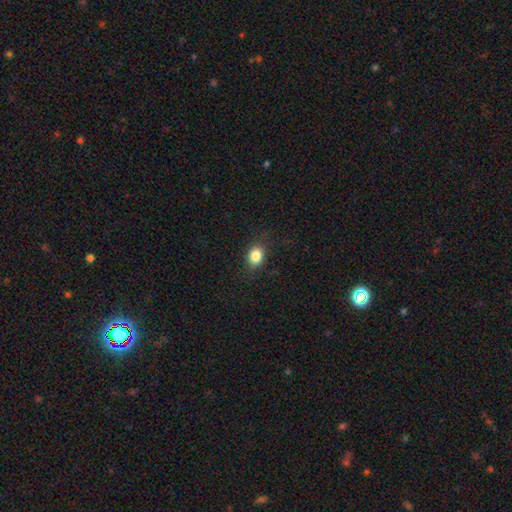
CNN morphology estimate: Smooth or featured: smooth — 85% (star or artifact — 10%)
How rounded: in between — 60% (round — 38%)
Merging: none — 83% (minor disturbance — 12%)